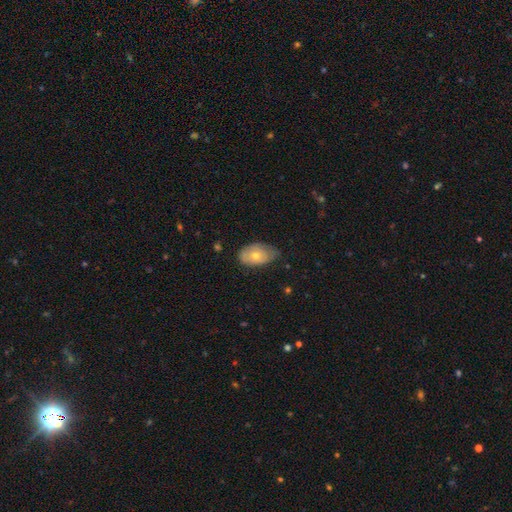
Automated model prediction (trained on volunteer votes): This is possibly a smooth galaxy (57%). How rounded: clearly in between (90%). Merging: likely none (62%).